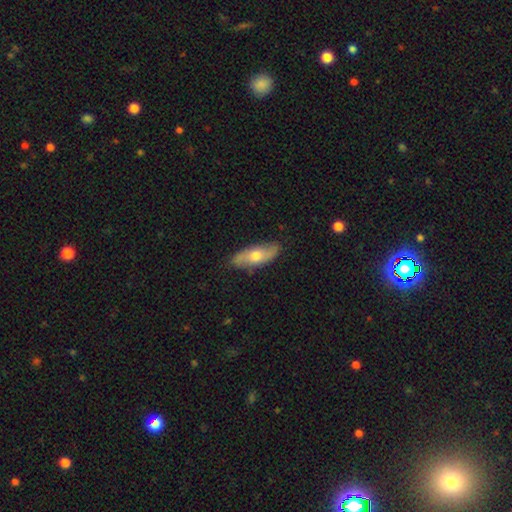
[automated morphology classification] smooth_or_featured: smooth (p=0.51) [alt: featured or disk p=0.43]
how_rounded: in between (p=0.73) [alt: cigar-shaped p=0.24]
merging: none (p=0.83) [alt: minor disturbance p=0.13]